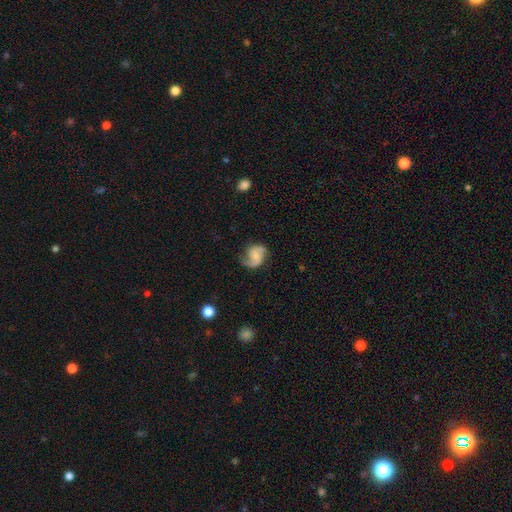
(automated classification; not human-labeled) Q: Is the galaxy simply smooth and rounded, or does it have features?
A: featured or disk — 71%.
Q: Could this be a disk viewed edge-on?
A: no — 98%.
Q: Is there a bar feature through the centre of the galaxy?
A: no — 57%.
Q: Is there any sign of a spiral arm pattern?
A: yes — 95%.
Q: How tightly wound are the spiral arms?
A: medium — 43%.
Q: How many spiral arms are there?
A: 2 — 74%.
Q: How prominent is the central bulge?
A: small — 37%.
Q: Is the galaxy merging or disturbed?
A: none — 60%.